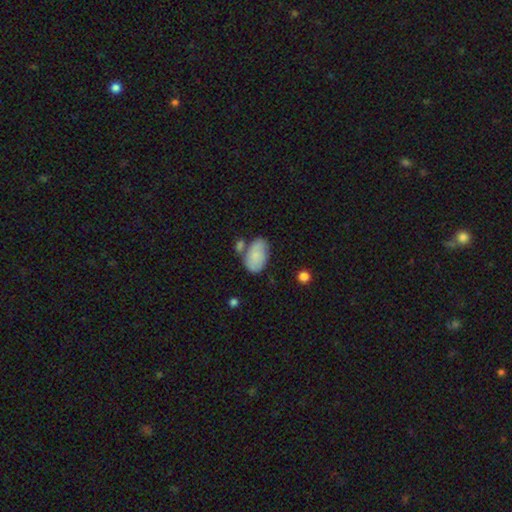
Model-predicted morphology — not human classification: A smooth galaxy with no disk features (75%) that is in between round and cigar-shaped (92%). Merging: none (54%).